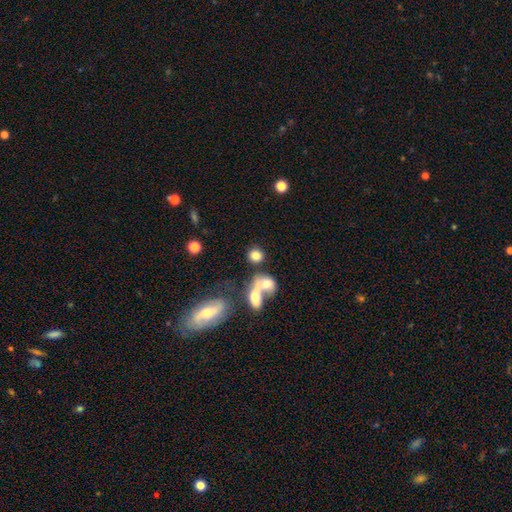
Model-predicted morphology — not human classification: Smooth or featured? Predicted: smooth (p=0.78). How rounded? Predicted: round (p=0.67). Merging? Predicted: none (p=0.50).